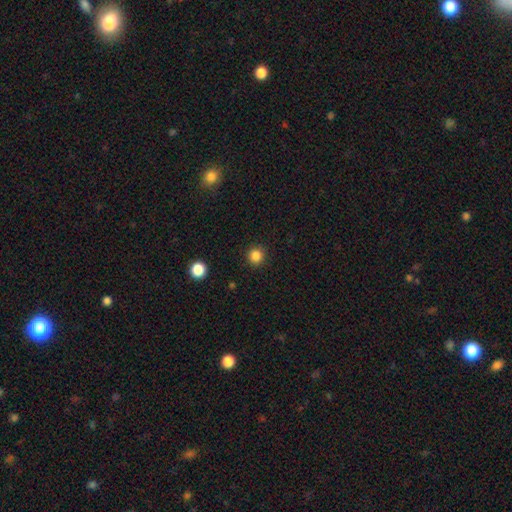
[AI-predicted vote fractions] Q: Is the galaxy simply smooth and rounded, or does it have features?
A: smooth — 84%.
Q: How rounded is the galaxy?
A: round — 93%.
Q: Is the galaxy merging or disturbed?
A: none — 91%.